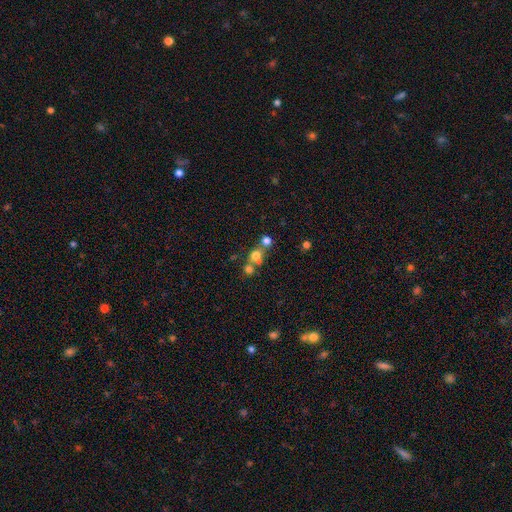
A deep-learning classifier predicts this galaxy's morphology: This appears to be a smooth galaxy with no disk features (65%) that is round (84%). Merging: merger (46%).